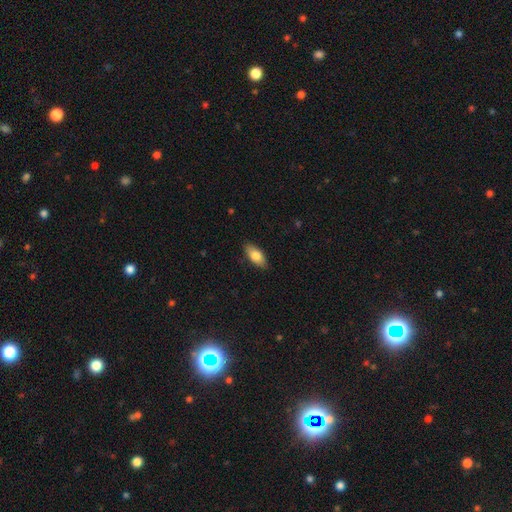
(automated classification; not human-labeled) This is clearly a smooth galaxy (80%). How rounded: clearly in between (88%). Merging: clearly none (87%).